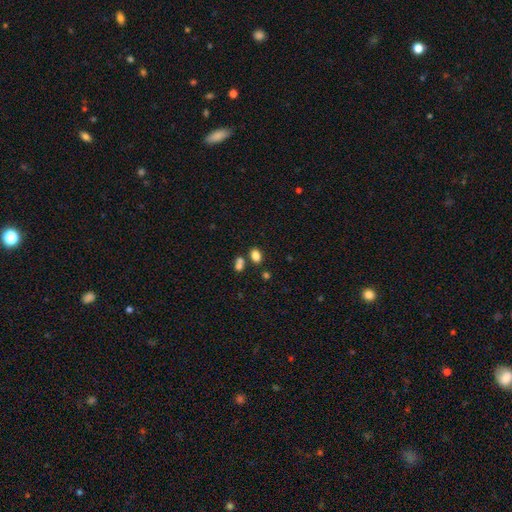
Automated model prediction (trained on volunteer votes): smooth-or-featured: smooth: 82% | star or artifact: 12% | featured or disk: 6%
  how-rounded: in between: 77% | round: 22% | cigar-shaped: 1%
  merging: none: 63% | merger: 23% | minor disturbance: 10% | major disturbance: 4%